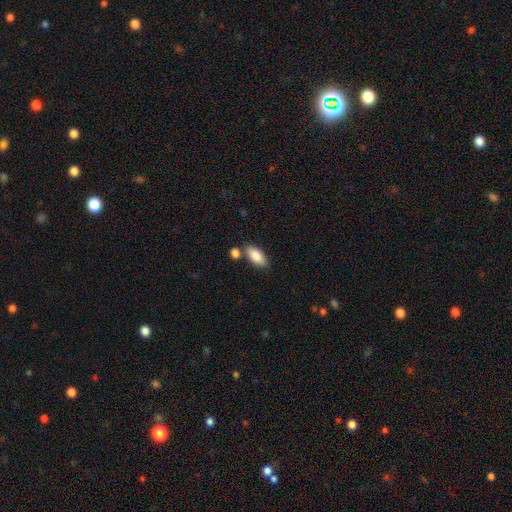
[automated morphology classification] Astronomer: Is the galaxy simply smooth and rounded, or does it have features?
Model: smooth — 86%.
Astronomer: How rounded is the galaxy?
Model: in between — 90%.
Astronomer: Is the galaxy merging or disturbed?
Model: none — 70%.